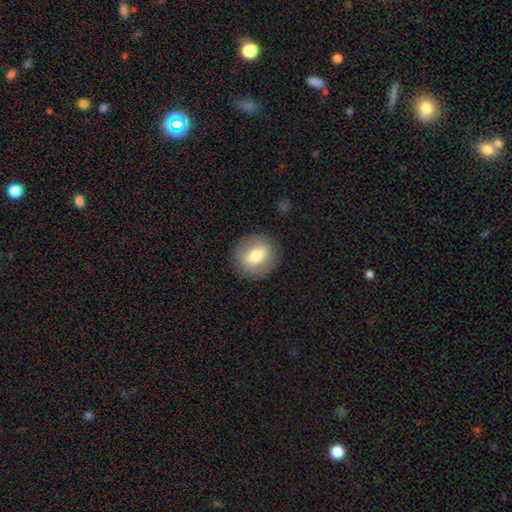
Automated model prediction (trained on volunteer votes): Q: Smooth or featured?
A: smooth (66%); runner-up: featured or disk (26%)
Q: How rounded?
A: round (79%); runner-up: in between (19%)
Q: Merging?
A: none (85%); runner-up: minor disturbance (10%)